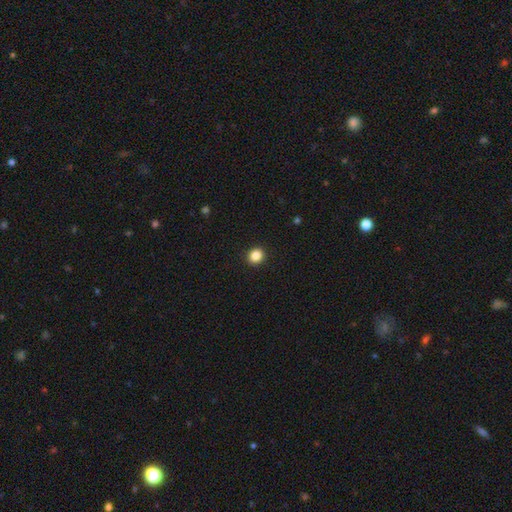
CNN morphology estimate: This appears to be a smooth galaxy with no disk features (86%) that is round (87%). Merging: none (93%).